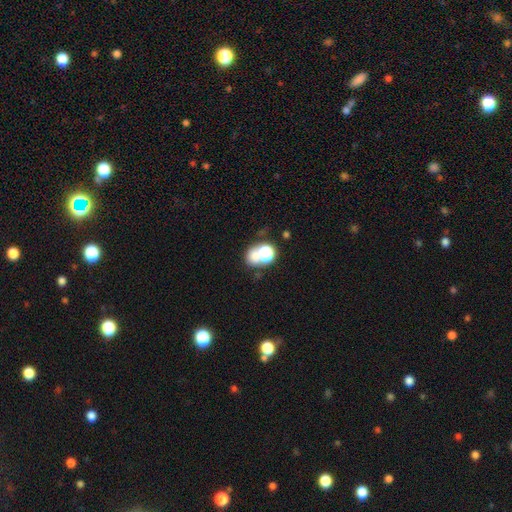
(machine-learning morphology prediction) smooth 58%, star or artifact 28%, featured or disk 14%. Down the decision tree: how rounded — round (62%); merging — none (46%).